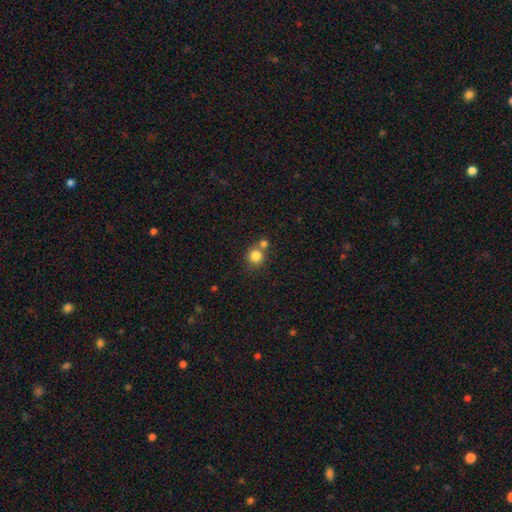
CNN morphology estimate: Smooth or featured? smooth (82%)
How rounded? round (89%)
Merging? none (56%)